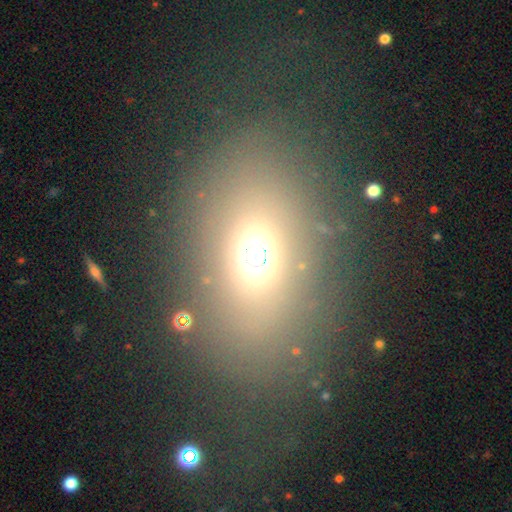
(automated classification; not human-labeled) Smooth or featured?
  - smooth: 60% *
  - star or artifact: 25%
  - featured or disk: 15%
How rounded?
  - in between: 69% *
  - round: 27%
  - cigar-shaped: 4%
Merging?
  - none: 75% *
  - minor disturbance: 12%
  - major disturbance: 8%
  - merger: 5%